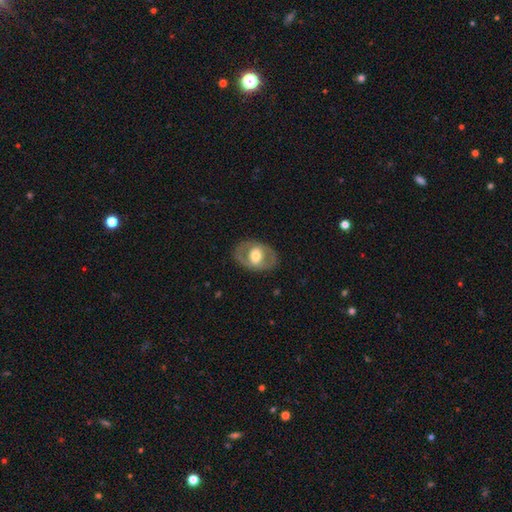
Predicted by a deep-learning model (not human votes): This appears to be a featured or disk galaxy (60%) with no bar (55%), no spiral arms (68%) and a moderate central bulge (60%). Merging: none (80%).